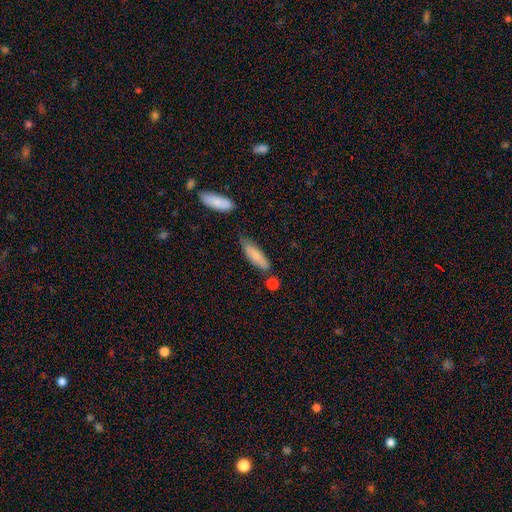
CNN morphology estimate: The model was most divided on "how rounded": cigar-shaped: 56%, in between: 42%, round: 2%. More confident: smooth or featured — smooth (78%); merging — none (63%).